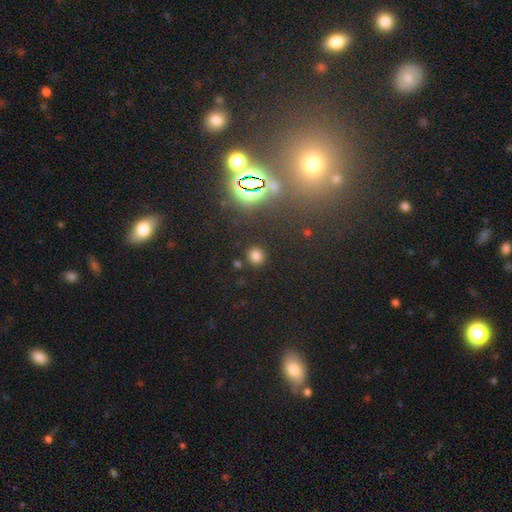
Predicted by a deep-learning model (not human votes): Smooth or featured?
  - smooth: 75% *
  - star or artifact: 20%
  - featured or disk: 5%
How rounded?
  - round: 83% *
  - in between: 16%
  - cigar-shaped: 1%
Merging?
  - none: 87% *
  - minor disturbance: 7%
  - merger: 3%
  - major disturbance: 3%